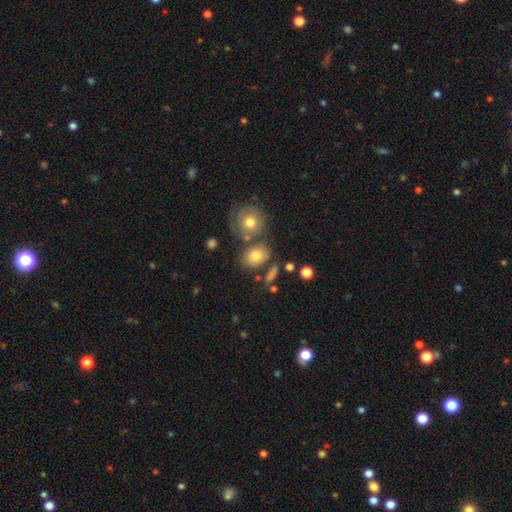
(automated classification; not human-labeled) Q: Smooth or featured?
A: smooth (78%); runner-up: featured or disk (12%)
Q: How rounded?
A: in between (62%); runner-up: round (37%)
Q: Merging?
A: none (61%); runner-up: merger (19%)